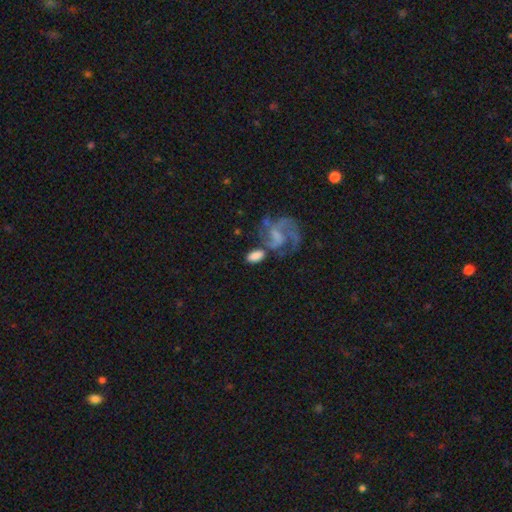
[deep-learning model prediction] A smooth galaxy with no disk features (59%) that is in between round and cigar-shaped (86%). Merging: none (50%).